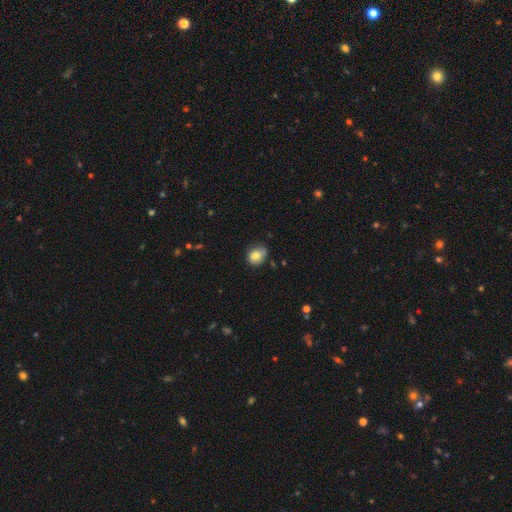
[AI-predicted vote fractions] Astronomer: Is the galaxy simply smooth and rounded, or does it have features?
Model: smooth — 79%.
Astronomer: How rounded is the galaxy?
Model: round — 55% (runner-up: in between, 44%).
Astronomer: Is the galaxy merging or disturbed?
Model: none — 62%.